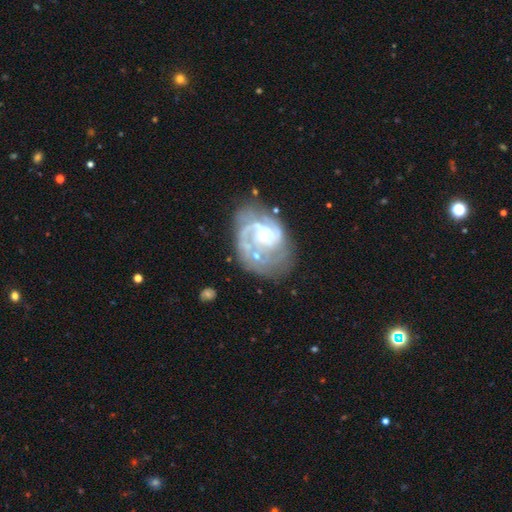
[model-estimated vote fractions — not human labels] This appears to be a featured or disk galaxy (85%) with no bar (66%), 2 (41%) tight (51%) spiral arms (91%) and a small central bulge (63%). Merging: none (50%).